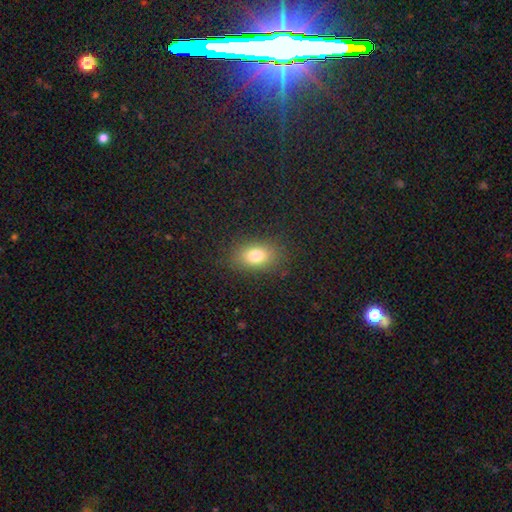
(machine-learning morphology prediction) Smooth or featured?
  - smooth: 79% *
  - star or artifact: 12%
  - featured or disk: 9%
How rounded?
  - in between: 80% *
  - round: 17%
  - cigar-shaped: 2%
Merging?
  - none: 84% *
  - minor disturbance: 11%
  - major disturbance: 4%
  - merger: 1%